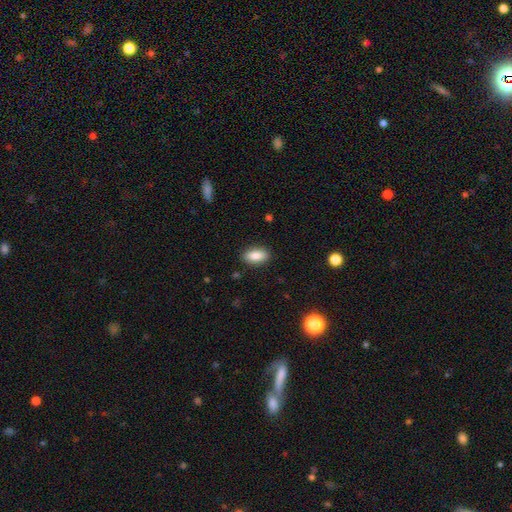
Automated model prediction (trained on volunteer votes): This appears to be a smooth galaxy with no disk features (87%) that is in between round and cigar-shaped (90%). Merging: none (88%).